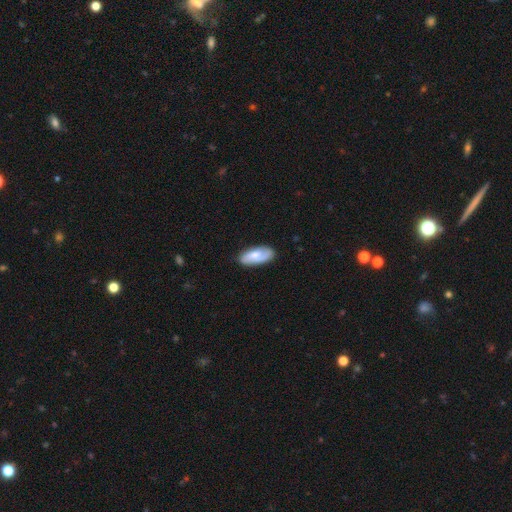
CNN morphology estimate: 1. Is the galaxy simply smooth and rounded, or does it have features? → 62% smooth, 32% featured or disk, 6% star or artifact.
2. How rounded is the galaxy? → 86% in between, 11% cigar-shaped, 2% round.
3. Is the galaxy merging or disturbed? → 81% none, 15% minor disturbance, 3% major disturbance, 1% merger.